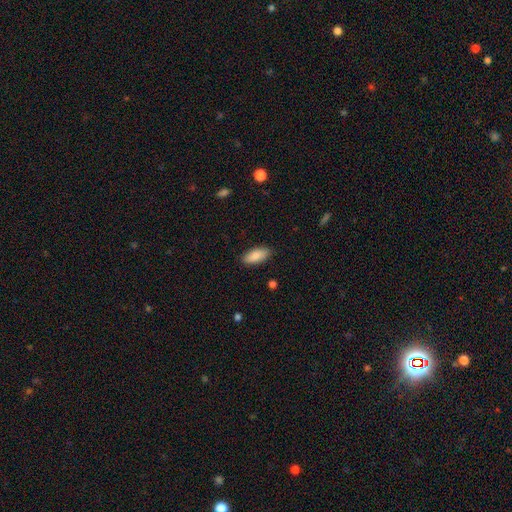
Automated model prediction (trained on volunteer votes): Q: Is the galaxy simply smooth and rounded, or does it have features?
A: smooth — 89%.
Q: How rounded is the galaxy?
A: in between — 84%.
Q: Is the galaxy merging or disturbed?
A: none — 88%.